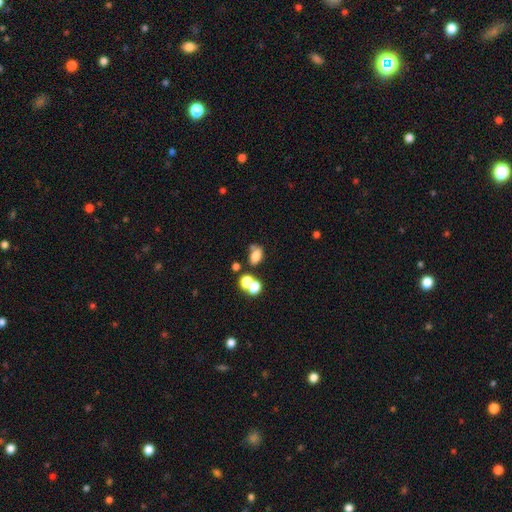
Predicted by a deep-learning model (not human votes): This is likely a smooth galaxy (73%). How rounded: likely in between (80%). Merging: possibly none (49%).